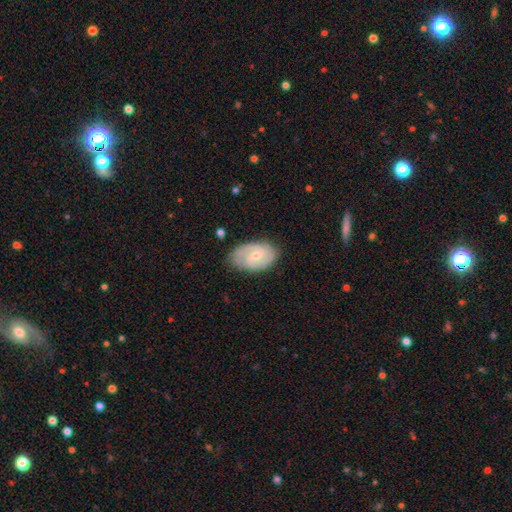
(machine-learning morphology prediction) featured or disk 77%, smooth 18%, star or artifact 5%. Down the decision tree: edge-on disk — no (96%); bar — no (54%); spiral arms — yes (93%); spiral arm count — 2 (70%); spiral winding — tight (52%); bulge size — small (56%); merging — none (75%).